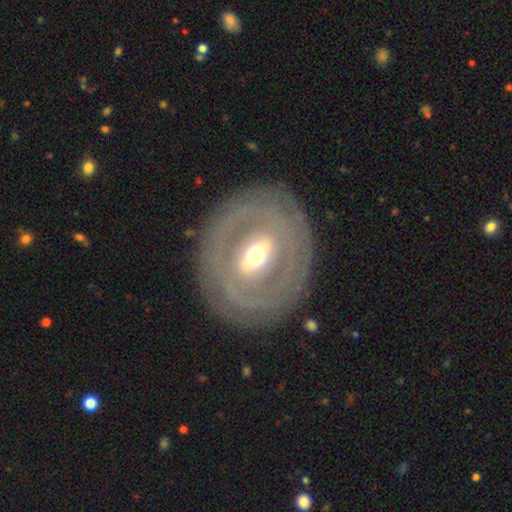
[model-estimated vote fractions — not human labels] Smooth or featured: featured or disk — 76% (smooth — 18%)
Edge-on disk: no — 91% (yes — 9%)
Bar: strong — 48% (weak — 33%)
Spiral arms: no — 56% (yes — 44%)
Bulge size: moderate — 62% (small — 26%)
Merging: none — 83% (minor disturbance — 10%)